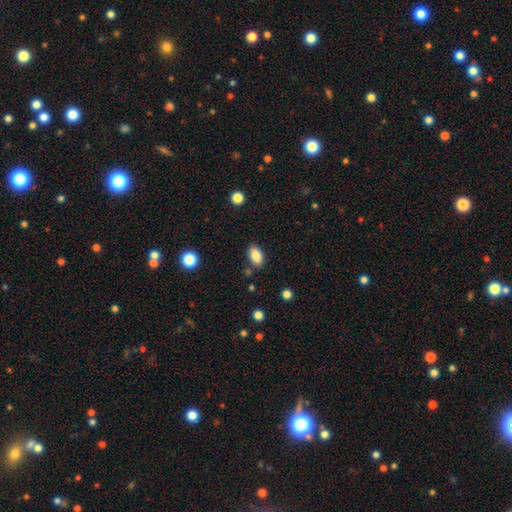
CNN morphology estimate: Smooth or featured?
  - smooth: 86% *
  - star or artifact: 8%
  - featured or disk: 6%
How rounded?
  - in between: 91% *
  - round: 5%
  - cigar-shaped: 3%
Merging?
  - none: 84% *
  - minor disturbance: 11%
  - merger: 3%
  - major disturbance: 3%